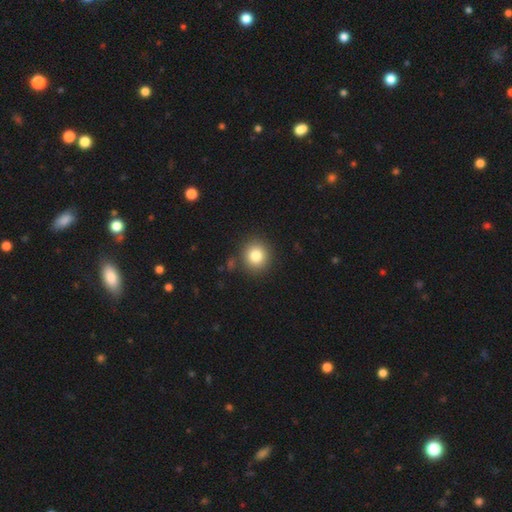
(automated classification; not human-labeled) Smooth or featured?
  - smooth: 82% *
  - star or artifact: 11%
  - featured or disk: 7%
How rounded?
  - round: 88% *
  - in between: 11%
  - cigar-shaped: 1%
Merging?
  - none: 87% *
  - minor disturbance: 8%
  - merger: 3%
  - major disturbance: 3%